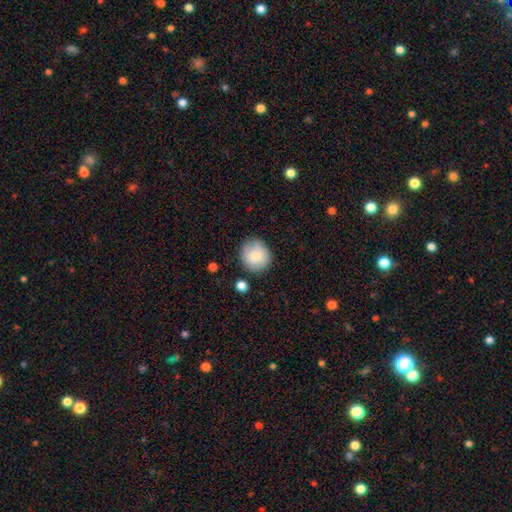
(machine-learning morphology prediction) This is likely a smooth galaxy (79%). How rounded: clearly round (89%). Merging: clearly none (81%).